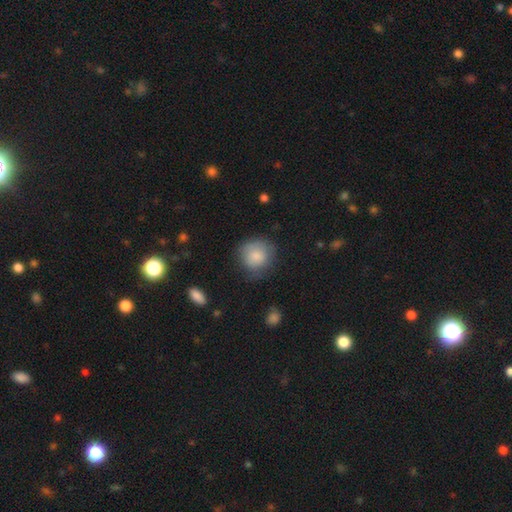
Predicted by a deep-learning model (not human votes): Smooth or featured? smooth (82%)
How rounded? round (86%)
Merging? none (67%)